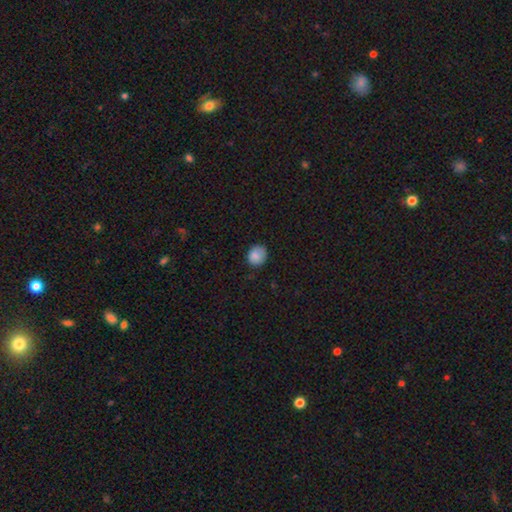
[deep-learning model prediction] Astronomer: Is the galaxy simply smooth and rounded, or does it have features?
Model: smooth — 85%.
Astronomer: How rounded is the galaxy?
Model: round — 68%.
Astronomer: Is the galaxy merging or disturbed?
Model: none — 75%.